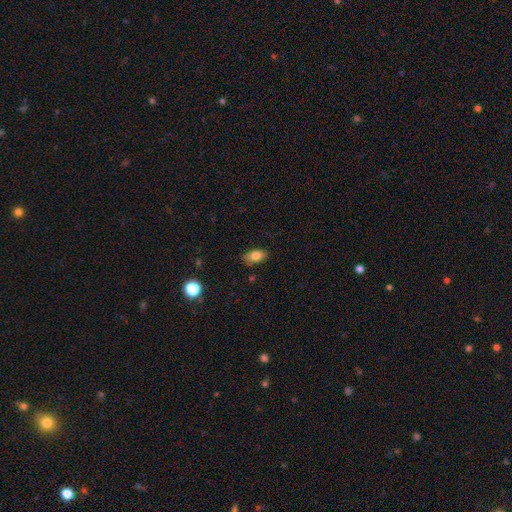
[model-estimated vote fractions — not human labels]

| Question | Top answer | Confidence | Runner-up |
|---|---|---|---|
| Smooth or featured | smooth | 81% | featured or disk (10%) |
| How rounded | in between | 89% | round (8%) |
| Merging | none | 81% | minor disturbance (15%) |